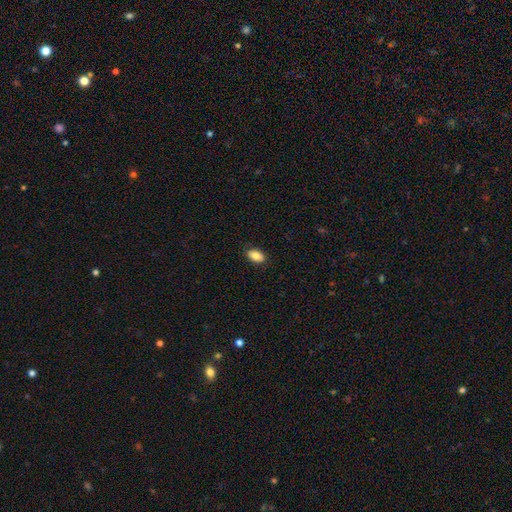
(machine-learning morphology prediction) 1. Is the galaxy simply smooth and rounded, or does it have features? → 84% smooth, 9% featured or disk, 8% star or artifact.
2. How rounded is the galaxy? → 91% in between, 8% round, 2% cigar-shaped.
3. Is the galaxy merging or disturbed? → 86% none, 11% minor disturbance, 2% major disturbance, 1% merger.